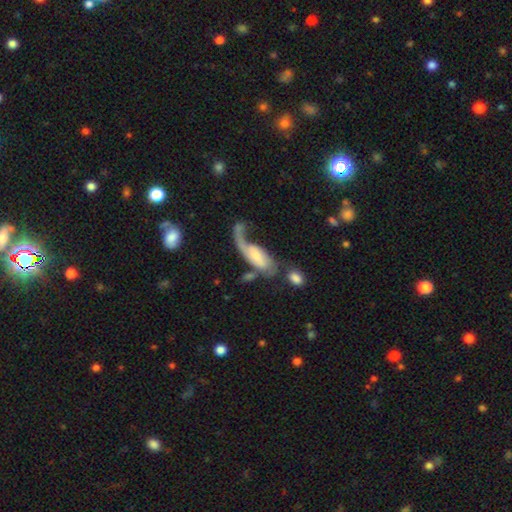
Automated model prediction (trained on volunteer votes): Smooth or featured: featured or disk — 57% (smooth — 37%)
Edge-on disk: no — 89% (yes — 11%)
Bar: no — 61% (weak — 28%)
Spiral arms: yes — 74% (no — 26%)
Bulge size: small — 47% (moderate — 33%)
Merging: major disturbance — 44% (merger — 23%)